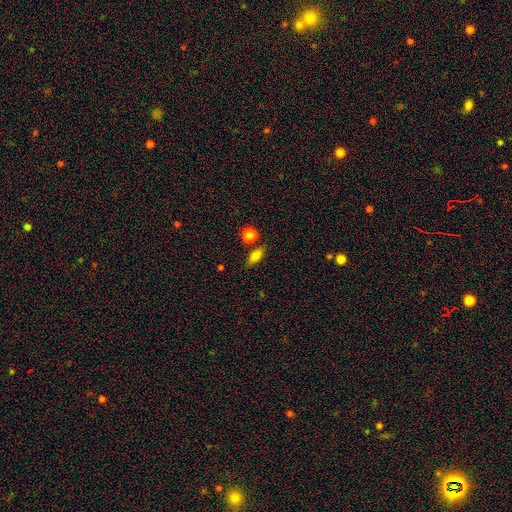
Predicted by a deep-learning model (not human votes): The model was most divided on "how rounded": in between: 69%, cigar-shaped: 16%, round: 15%. More confident: smooth or featured — smooth (75%); merging — none (73%).